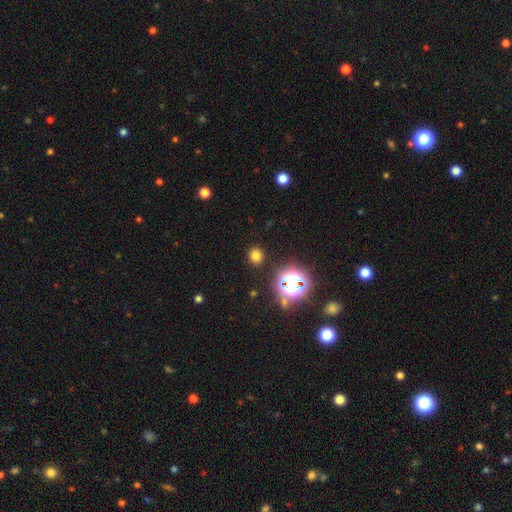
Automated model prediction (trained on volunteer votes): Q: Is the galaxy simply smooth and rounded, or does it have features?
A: smooth — 71%.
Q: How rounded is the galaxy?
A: round — 82%.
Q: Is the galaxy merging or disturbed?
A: none — 89%.